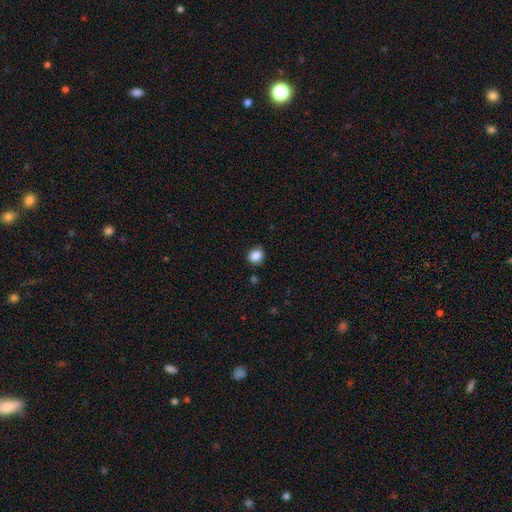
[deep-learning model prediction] Smooth or featured: smooth — 87% (star or artifact — 10%)
How rounded: round — 71% (in between — 28%)
Merging: none — 83% (minor disturbance — 12%)